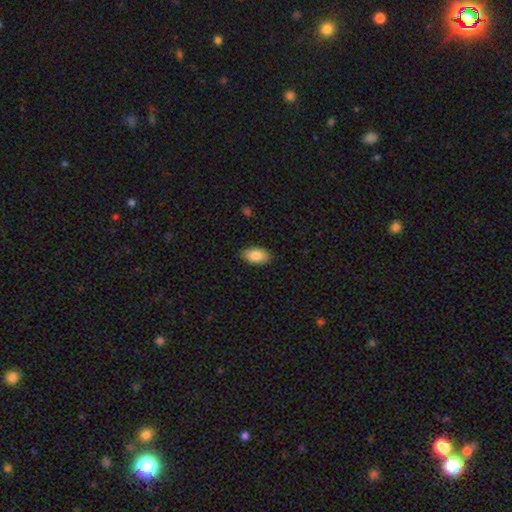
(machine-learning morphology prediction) A smooth galaxy with no disk features (84%) that is in between round and cigar-shaped (93%). Merging: none (86%).